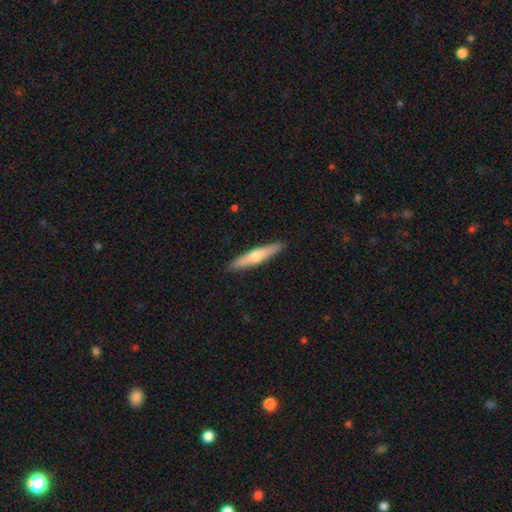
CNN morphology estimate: smooth_or_featured: smooth (p=0.48) [alt: featured or disk p=0.47]
merging: none (p=0.90) [alt: minor disturbance p=0.07]